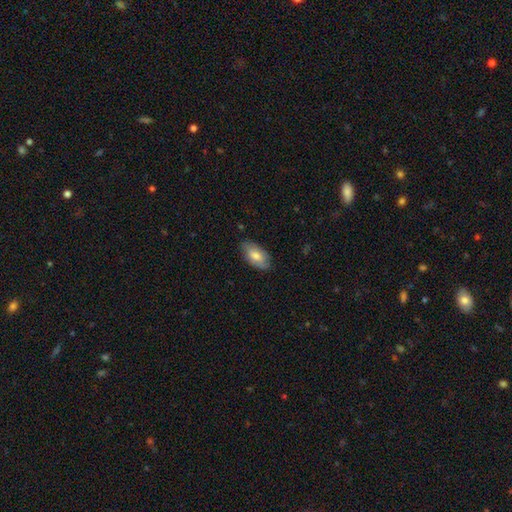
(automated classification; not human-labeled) This appears to be a smooth galaxy with no disk features (70%) that is in between round and cigar-shaped (93%). Merging: none (78%).